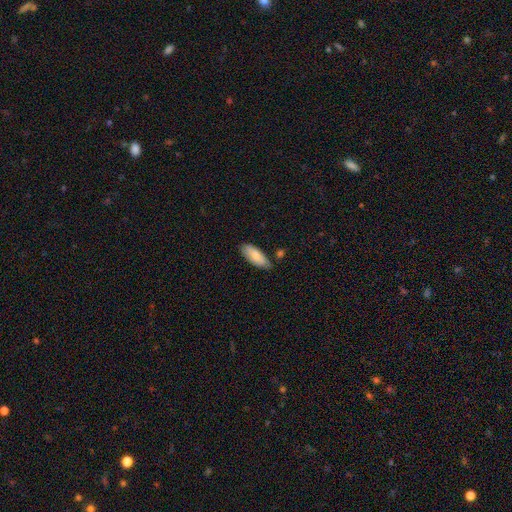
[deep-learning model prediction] The model was most divided on "merging": none: 74%, minor disturbance: 19%, merger: 5%, major disturbance: 3%. More confident: how rounded — in between (81%); smooth or featured — smooth (78%).